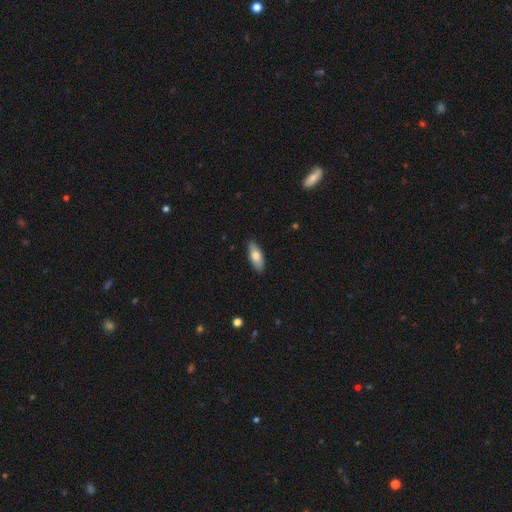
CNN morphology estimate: Q: Smooth or featured?
A: smooth (73%); runner-up: featured or disk (21%)
Q: How rounded?
A: in between (74%); runner-up: cigar-shaped (24%)
Q: Merging?
A: none (88%); runner-up: minor disturbance (10%)